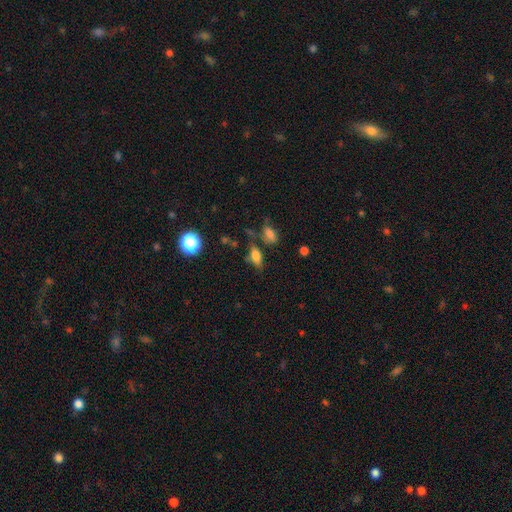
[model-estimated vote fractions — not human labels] Overall: smooth (70%). How rounded: in between (78%). Merging: none (62%).